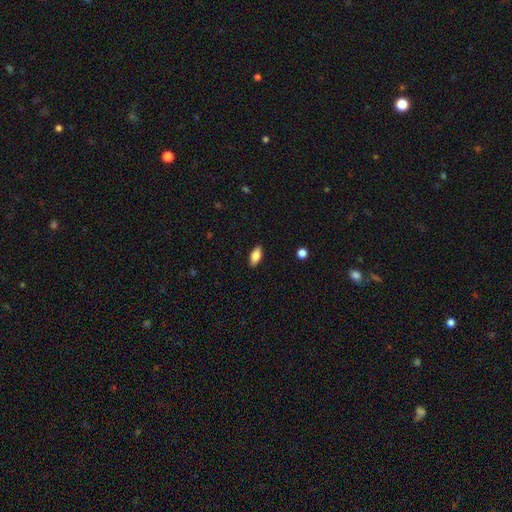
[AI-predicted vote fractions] A smooth galaxy with no disk features (82%) that is in between round and cigar-shaped (87%).

Vote fractions:
- Smooth or featured? smooth: 82% / featured or disk: 11% / star or artifact: 7%
- How rounded? in between: 87% / cigar-shaped: 10% / round: 3%
- Merging? none: 88% / minor disturbance: 9% / major disturbance: 2% / merger: 1%